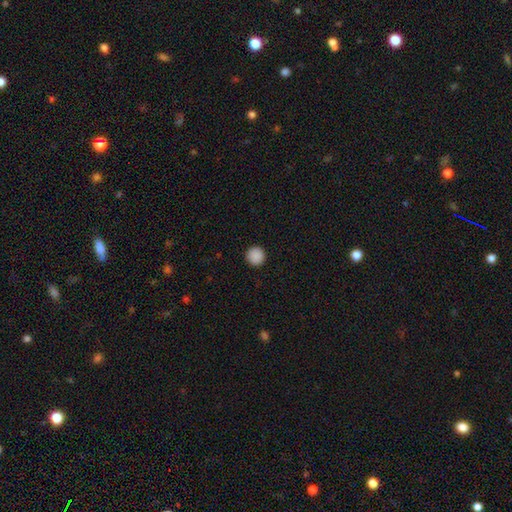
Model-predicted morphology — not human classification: smooth 89%, star or artifact 9%, featured or disk 2%. Down the decision tree: how rounded — round (96%); merging — none (93%).